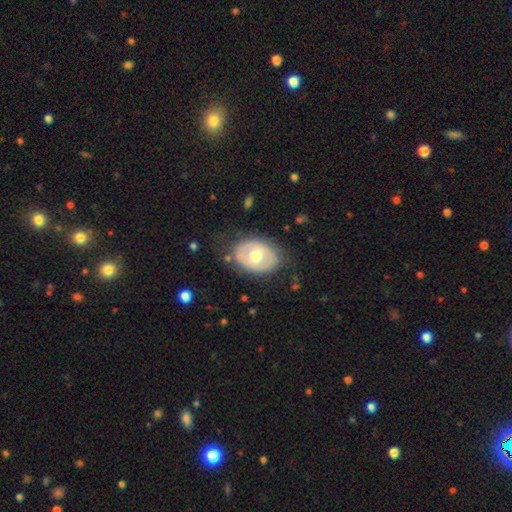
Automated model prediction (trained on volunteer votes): Smooth or featured? Predicted: featured or disk (p=0.47, tied with smooth). Merging? Predicted: none (p=0.74).